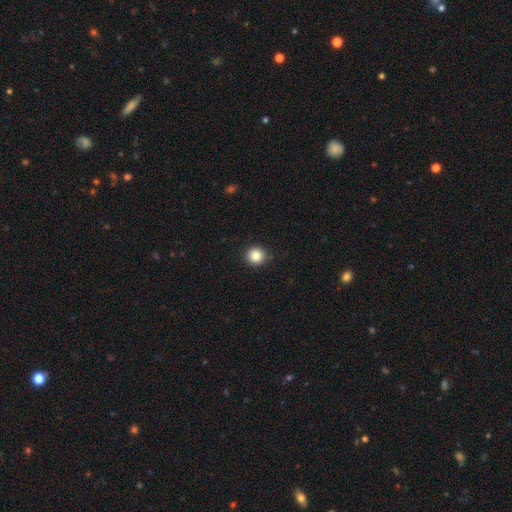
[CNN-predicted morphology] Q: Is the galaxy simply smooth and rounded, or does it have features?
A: smooth — 85%.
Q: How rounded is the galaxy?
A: round — 94%.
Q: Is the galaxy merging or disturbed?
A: none — 92%.